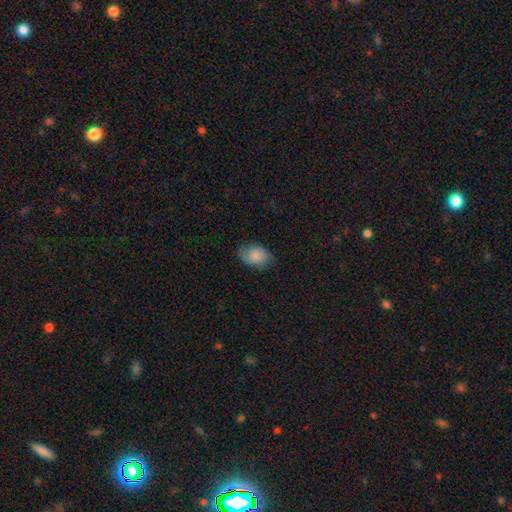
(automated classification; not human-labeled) smooth 79%, featured or disk 13%, star or artifact 8%. Down the decision tree: how rounded — in between (76%); merging — none (73%).